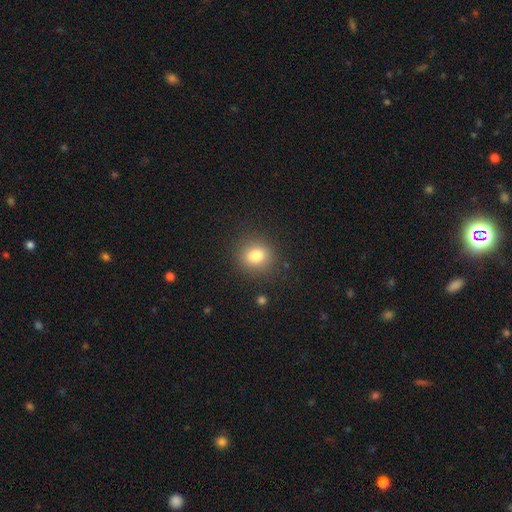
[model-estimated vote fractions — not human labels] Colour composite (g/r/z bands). It shows a smooth galaxy with no disk features (80%) that is round (80%). Merging: none (87%).